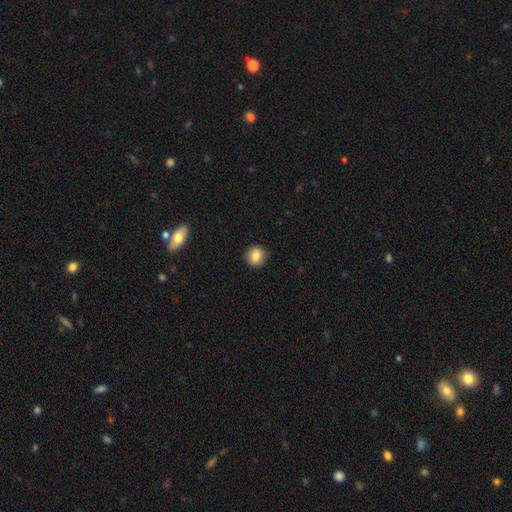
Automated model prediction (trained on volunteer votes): A smooth galaxy with no disk features (84%) that is round (84%).

Vote fractions:
- Smooth or featured? smooth: 84% / star or artifact: 9% / featured or disk: 7%
- How rounded? round: 84% / in between: 15% / cigar-shaped: 1%
- Merging? none: 88% / minor disturbance: 9% / major disturbance: 2% / merger: 1%